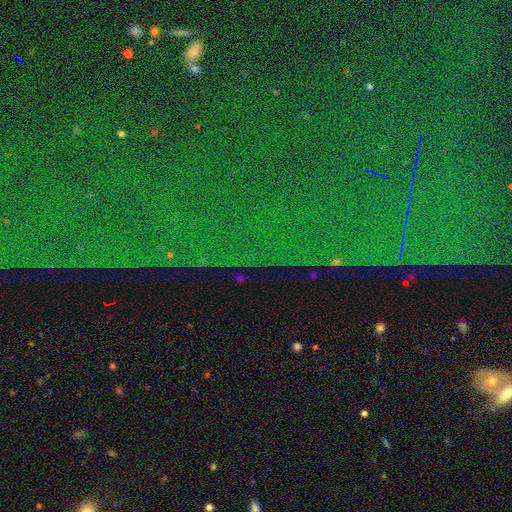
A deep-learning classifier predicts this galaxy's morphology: This is clearly a star or artifact rather than a galaxy (85%).